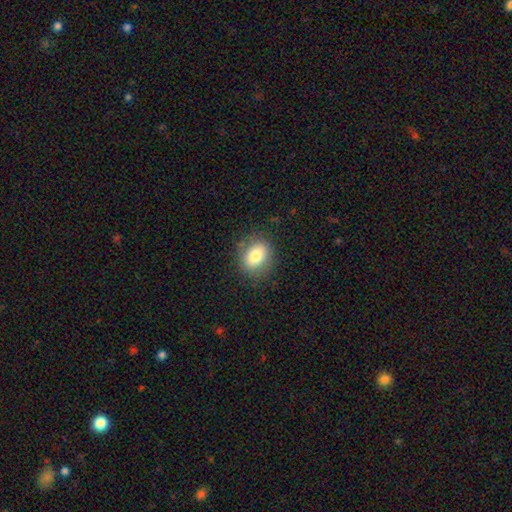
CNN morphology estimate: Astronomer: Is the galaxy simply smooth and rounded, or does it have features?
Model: smooth — 77%.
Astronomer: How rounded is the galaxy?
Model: in between — 53% (runner-up: round, 46%).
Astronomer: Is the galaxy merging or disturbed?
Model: none — 82%.